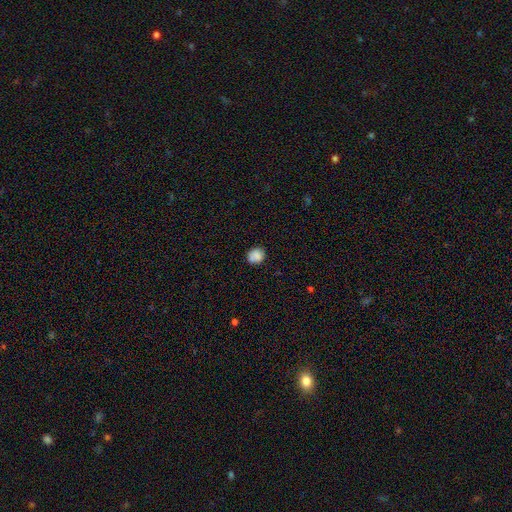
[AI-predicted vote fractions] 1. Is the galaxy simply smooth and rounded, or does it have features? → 79% smooth, 11% featured or disk, 10% star or artifact.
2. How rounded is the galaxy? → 77% round, 22% in between, 1% cigar-shaped.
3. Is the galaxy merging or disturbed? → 68% none, 17% minor disturbance, 11% merger, 4% major disturbance.